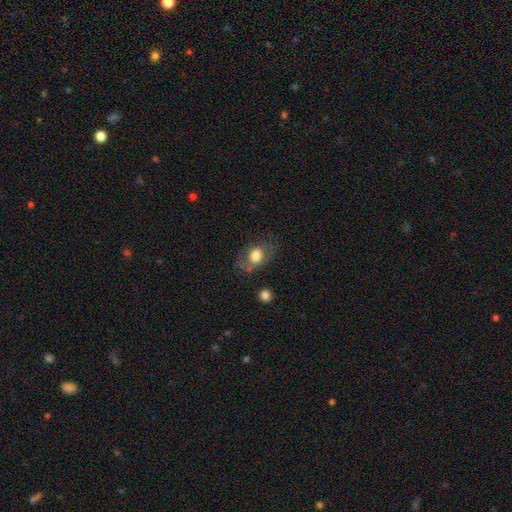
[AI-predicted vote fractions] smooth 68%, featured or disk 24%, star or artifact 8%. Down the decision tree: how rounded — in between (68%); merging — none (61%).